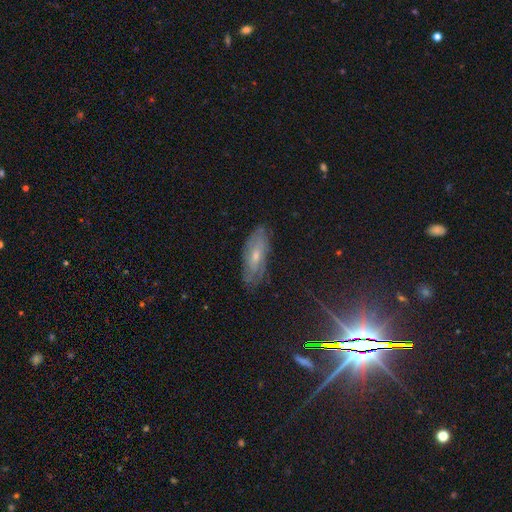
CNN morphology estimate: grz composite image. It shows a featured or disk galaxy (55%). Merging: none (78%).